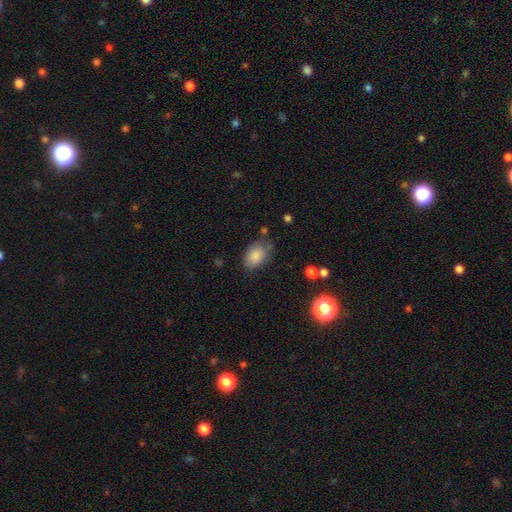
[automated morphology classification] Smooth or featured?
  - smooth: 85% *
  - star or artifact: 8%
  - featured or disk: 7%
How rounded?
  - in between: 88% *
  - round: 11%
  - cigar-shaped: 1%
Merging?
  - none: 68% *
  - minor disturbance: 23%
  - major disturbance: 6%
  - merger: 3%